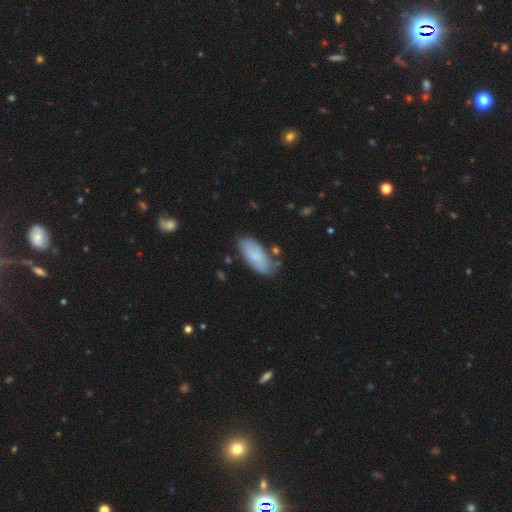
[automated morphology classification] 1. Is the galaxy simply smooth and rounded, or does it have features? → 77% smooth, 17% featured or disk, 6% star or artifact.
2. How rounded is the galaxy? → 86% in between, 12% cigar-shaped, 2% round.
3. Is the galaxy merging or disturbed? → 73% none, 19% minor disturbance, 4% merger, 4% major disturbance.